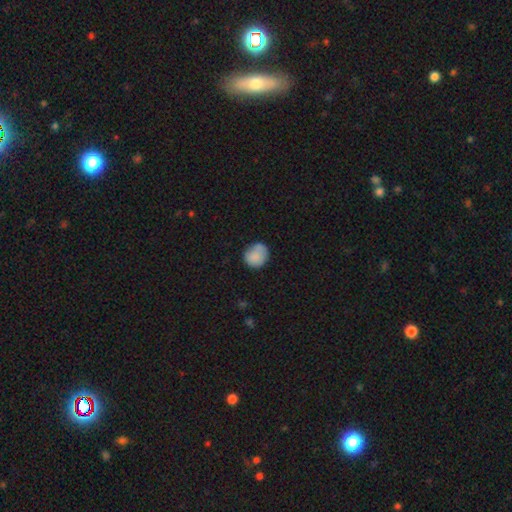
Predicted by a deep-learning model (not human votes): This is clearly a smooth galaxy (82%). How rounded: likely round (79%). Merging: likely none (65%).